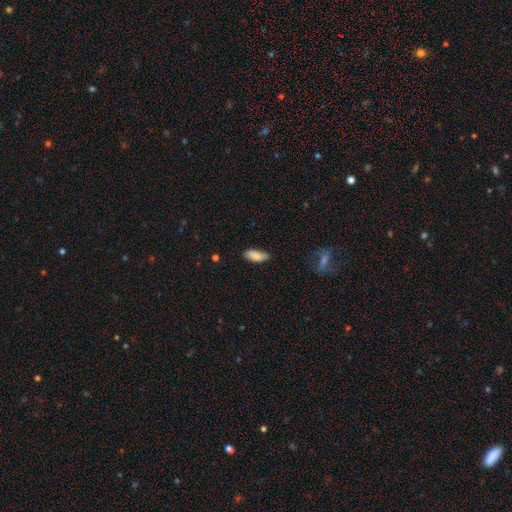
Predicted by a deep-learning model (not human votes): smooth 85%, featured or disk 8%, star or artifact 7%. Down the decision tree: how rounded — in between (81%); merging — none (78%).